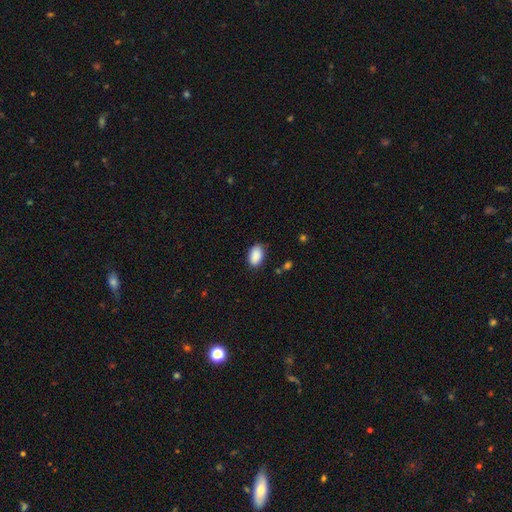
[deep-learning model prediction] Q: Smooth or featured?
A: smooth (90%); runner-up: star or artifact (7%)
Q: How rounded?
A: in between (91%); runner-up: round (7%)
Q: Merging?
A: none (82%); runner-up: minor disturbance (13%)